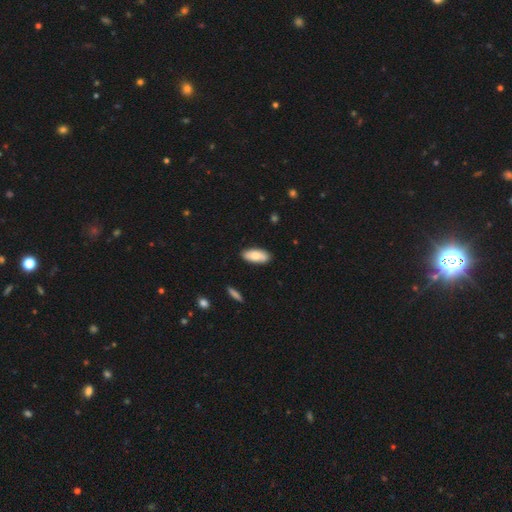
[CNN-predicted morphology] Smooth or featured? Predicted: smooth (p=0.78). How rounded? Predicted: in between (p=0.88). Merging? Predicted: none (p=0.85).